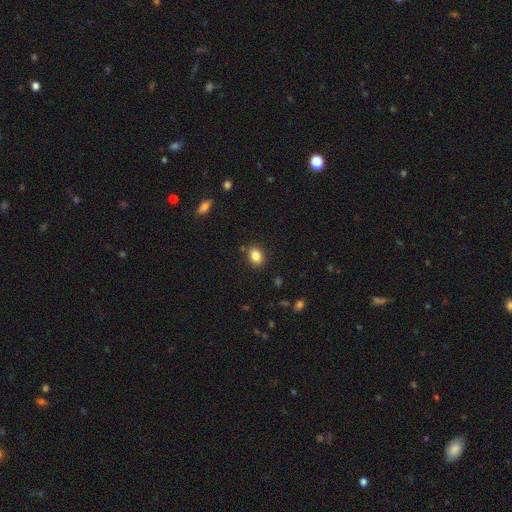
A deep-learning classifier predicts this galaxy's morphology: smooth_or_featured: smooth (p=0.85) [alt: star or artifact p=0.10]
how_rounded: in between (p=0.66) [alt: round p=0.33]
merging: none (p=0.86) [alt: minor disturbance p=0.09]